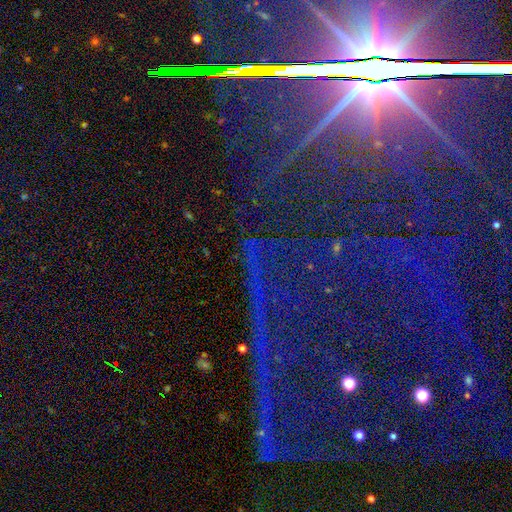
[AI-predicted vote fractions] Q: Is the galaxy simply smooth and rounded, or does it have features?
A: star or artifact — 84%.